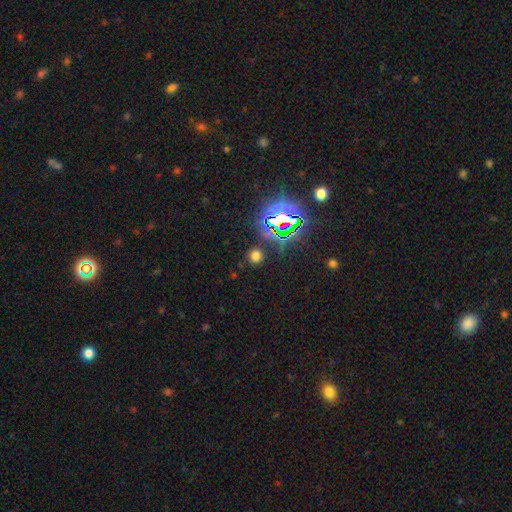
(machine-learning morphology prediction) Smooth or featured: smooth — 59% (star or artifact — 35%)
How rounded: round — 87% (in between — 11%)
Merging: none — 86% (minor disturbance — 8%)